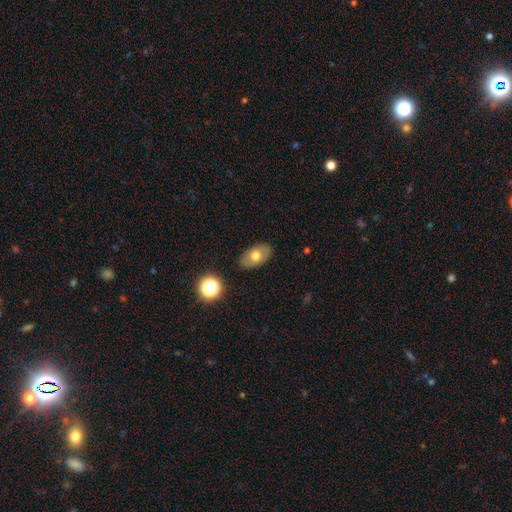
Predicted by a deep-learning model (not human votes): A smooth galaxy with no disk features (68%) that is in between round and cigar-shaped (90%). Merging: none (85%).